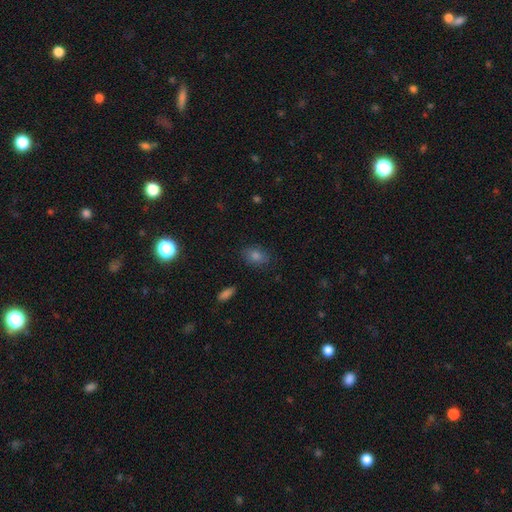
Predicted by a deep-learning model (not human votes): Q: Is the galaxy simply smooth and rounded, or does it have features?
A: smooth — 71%.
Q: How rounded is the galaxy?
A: in between — 66%.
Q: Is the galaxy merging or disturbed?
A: none — 85%.